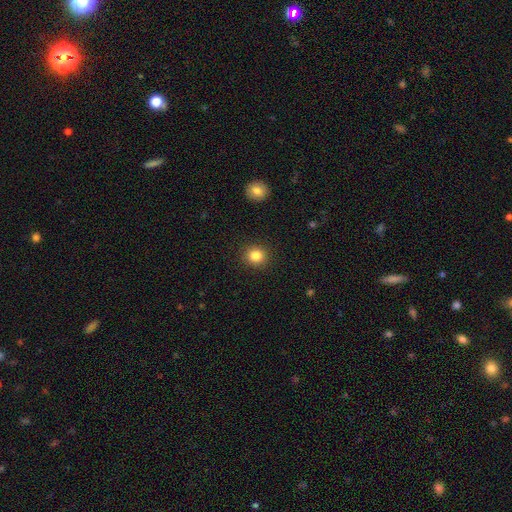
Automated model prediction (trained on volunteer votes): This is clearly a smooth galaxy (84%). How rounded: clearly round (88%). Merging: clearly none (91%).